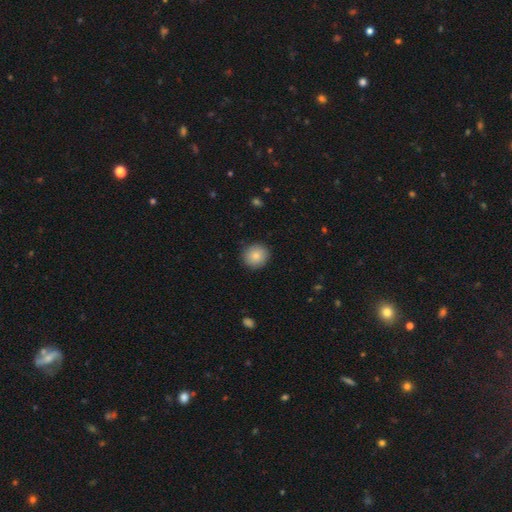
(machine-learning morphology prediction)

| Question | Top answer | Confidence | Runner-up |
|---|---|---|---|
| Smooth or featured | smooth | 86% | star or artifact (8%) |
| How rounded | round | 89% | in between (10%) |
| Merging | none | 90% | minor disturbance (7%) |